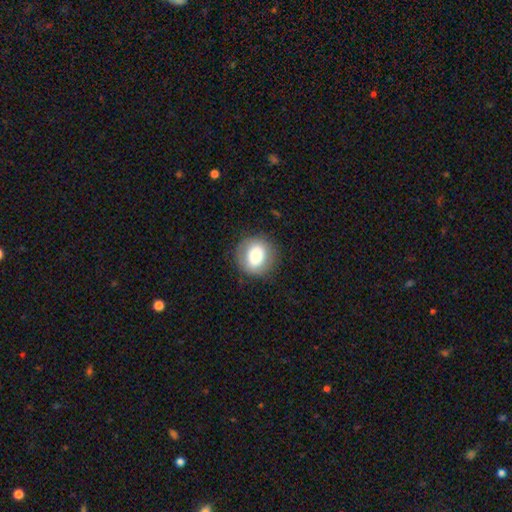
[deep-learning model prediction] Morphology: type=smooth (71%); roundness=round (87%); merging=none (85%).